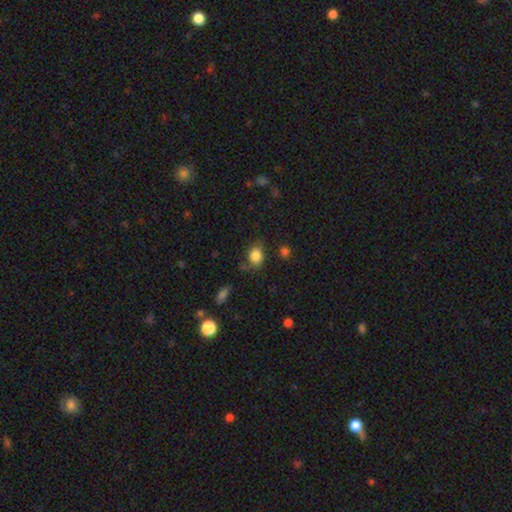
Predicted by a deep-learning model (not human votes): Smooth or featured?
  - smooth: 84% *
  - star or artifact: 10%
  - featured or disk: 6%
How rounded?
  - in between: 61% *
  - round: 38%
  - cigar-shaped: 1%
Merging?
  - none: 72% *
  - minor disturbance: 19%
  - major disturbance: 5%
  - merger: 4%